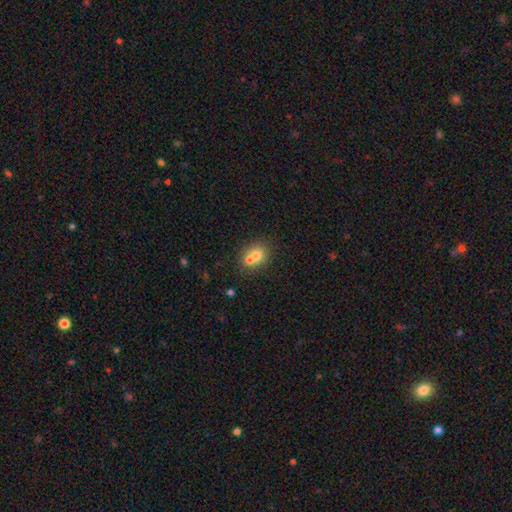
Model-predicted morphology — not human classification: Smooth or featured?
  - smooth: 70% *
  - featured or disk: 18%
  - star or artifact: 12%
How rounded?
  - round: 63% *
  - in between: 36%
  - cigar-shaped: 1%
Merging?
  - merger: 55% *
  - none: 35%
  - minor disturbance: 7%
  - major disturbance: 3%